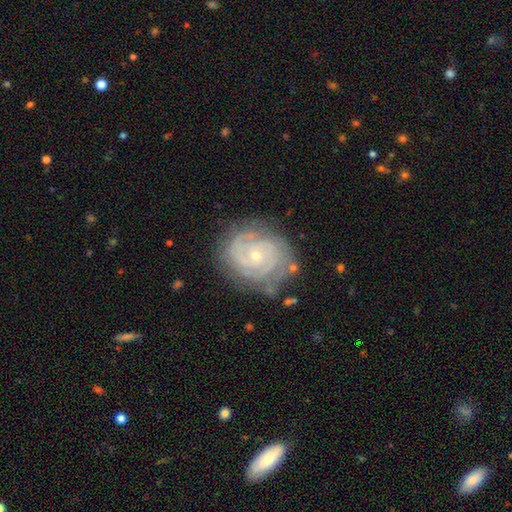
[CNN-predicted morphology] The model was most divided on "spiral arm count": 2: 46%, 3: 21%, can't tell: 17%, 4: 7%, more than 4: 4%, 1: 4%. More confident: edge-on disk — no (98%); spiral arms — yes (97%); smooth or featured — featured or disk (87%); spiral winding — tight (78%); merging — none (77%); bulge size — small (76%); bar — no (75%).